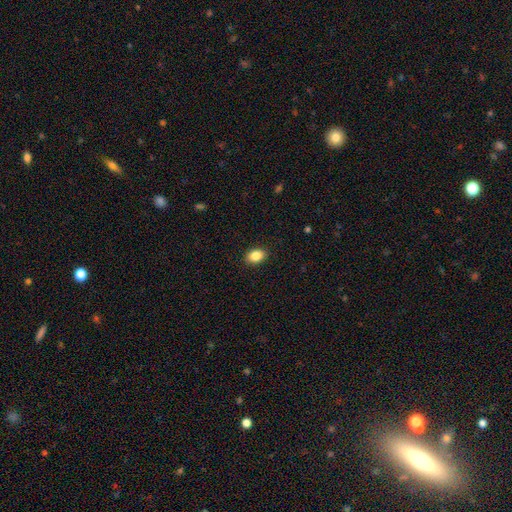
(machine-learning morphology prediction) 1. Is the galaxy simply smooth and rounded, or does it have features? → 86% smooth, 8% star or artifact, 5% featured or disk.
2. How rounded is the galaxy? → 78% in between, 21% round, 1% cigar-shaped.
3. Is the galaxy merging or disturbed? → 89% none, 8% minor disturbance, 2% major disturbance, 1% merger.